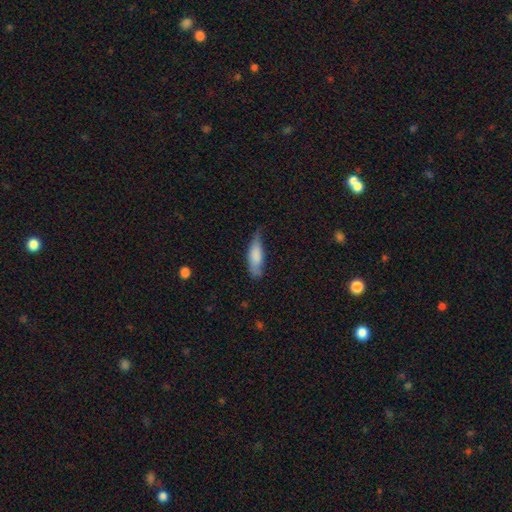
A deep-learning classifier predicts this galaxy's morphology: A smooth galaxy with no disk features (77%) that is in between round and cigar-shaped (53%).

Vote fractions:
- Smooth or featured? smooth: 77% / featured or disk: 16% / star or artifact: 6%
- How rounded? in between: 53% / cigar-shaped: 45% / round: 2%
- Merging? none: 51% / minor disturbance: 37% / major disturbance: 9% / merger: 2%